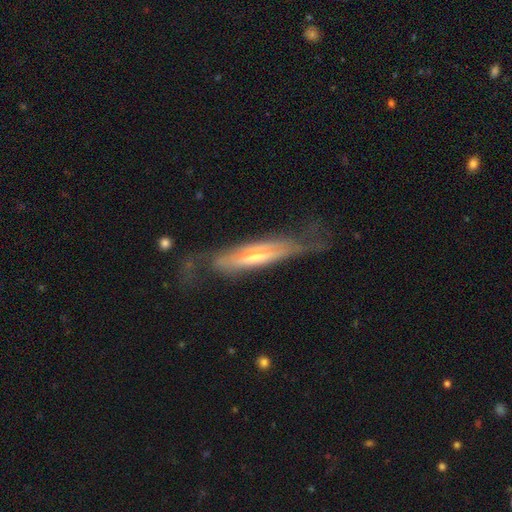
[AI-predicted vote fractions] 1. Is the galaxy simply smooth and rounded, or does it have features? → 69% featured or disk, 26% smooth, 6% star or artifact.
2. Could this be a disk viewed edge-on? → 70% yes, 30% no.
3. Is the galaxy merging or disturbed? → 57% none, 23% minor disturbance, 18% major disturbance, 2% merger.